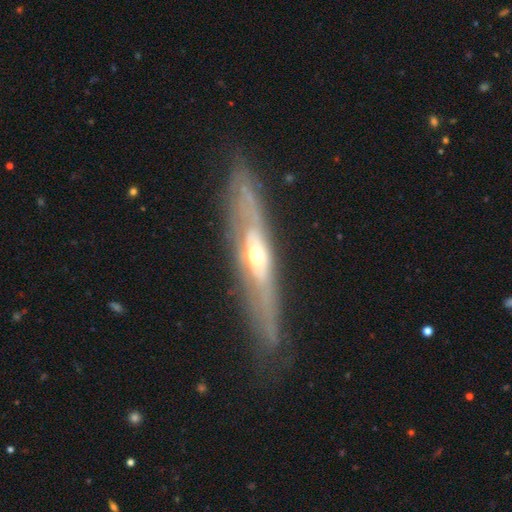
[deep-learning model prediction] A featured or disk galaxy (77%) viewed edge-on (68%) with a rounded central bulge (78%). Merging: none (81%).